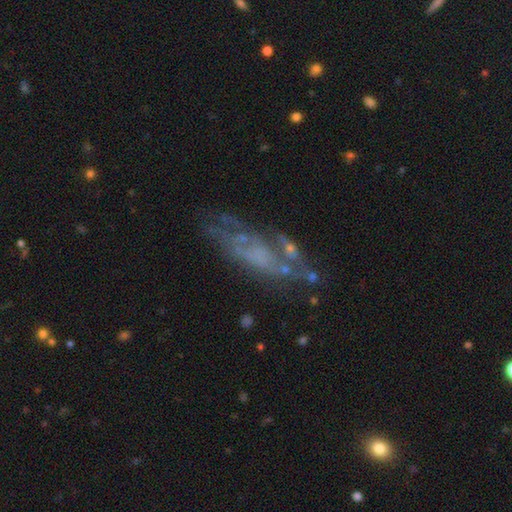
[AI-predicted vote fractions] Smooth or featured? featured or disk (63%)
Edge-on disk? no (82%)
Bar? no (80%)
Spiral arms? no (60%)
Bulge size? none (65%)
Merging? none (48%)